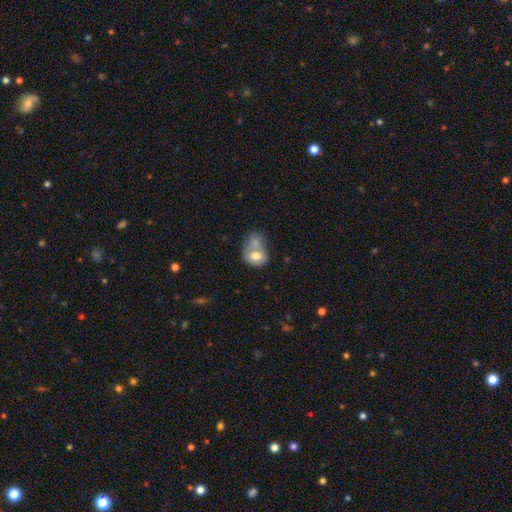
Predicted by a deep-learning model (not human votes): Smooth or featured?
  - smooth: 69% *
  - featured or disk: 24%
  - star or artifact: 8%
How rounded?
  - in between: 50% *
  - round: 49%
  - cigar-shaped: 1%
Merging?
  - merger: 66% *
  - none: 18%
  - minor disturbance: 10%
  - major disturbance: 6%